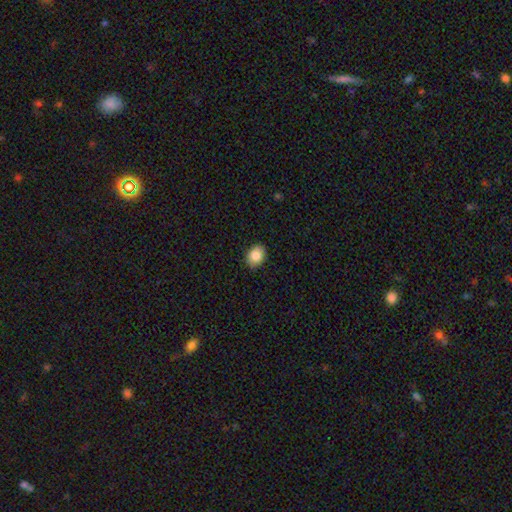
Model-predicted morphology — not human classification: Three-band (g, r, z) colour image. It shows a smooth galaxy with no disk features (85%) that is in between round and cigar-shaped (67%). Merging: none (89%).